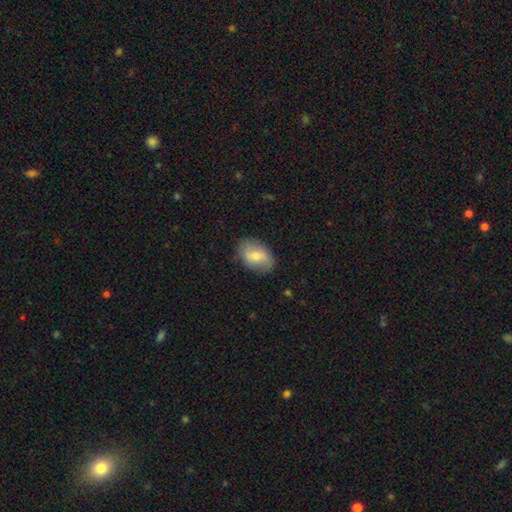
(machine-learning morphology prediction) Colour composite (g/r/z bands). It shows a smooth galaxy with no disk features (60%) that is in between round and cigar-shaped (83%). Merging: none (79%).